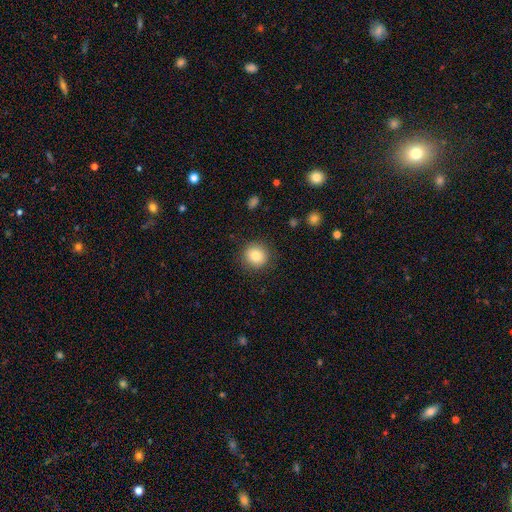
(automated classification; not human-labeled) Smooth or featured? Predicted: smooth (p=0.82). How rounded? Predicted: round (p=0.91). Merging? Predicted: none (p=0.89).